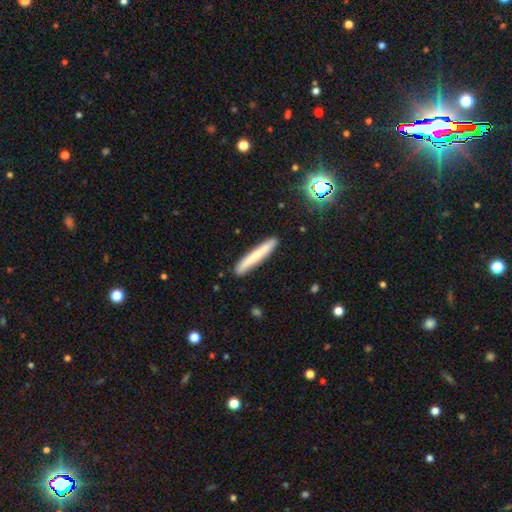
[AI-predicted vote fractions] Smooth or featured? smooth (66%)
How rounded? cigar-shaped (96%)
Merging? none (89%)